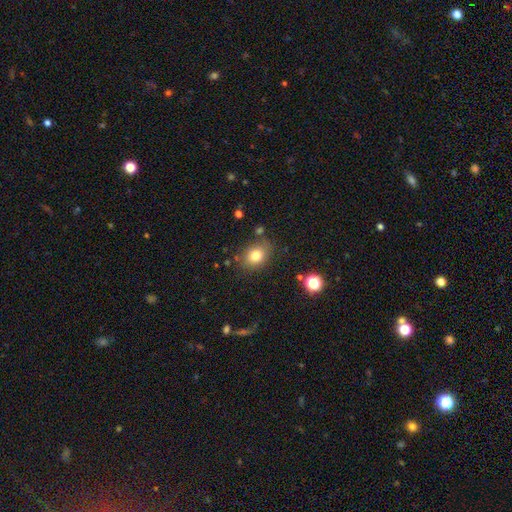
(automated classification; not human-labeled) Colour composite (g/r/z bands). It shows a smooth galaxy with no disk features (79%) that is in between round and cigar-shaped (56%). Merging: none (78%).